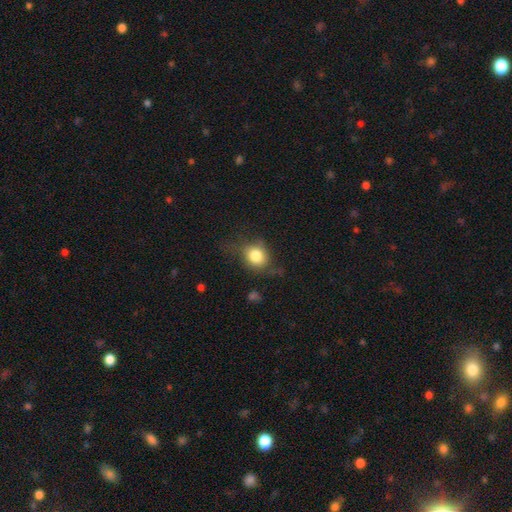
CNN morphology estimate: This is likely a smooth galaxy (77%). How rounded: likely round (63%). Merging: possibly none (57%).